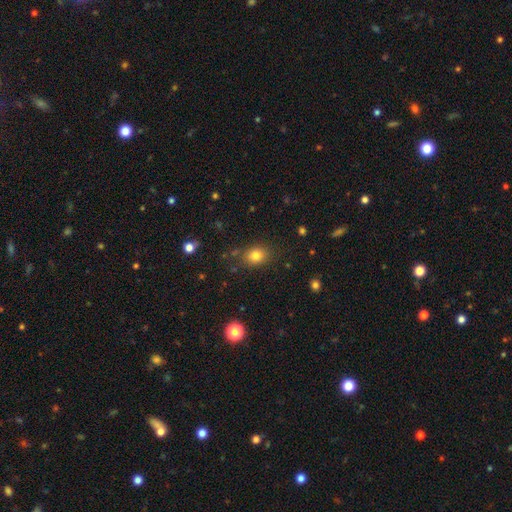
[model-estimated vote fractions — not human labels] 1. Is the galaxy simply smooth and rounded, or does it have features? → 80% smooth, 12% star or artifact, 7% featured or disk.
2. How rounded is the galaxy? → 51% in between, 48% round, 1% cigar-shaped.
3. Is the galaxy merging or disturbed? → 80% none, 13% minor disturbance, 4% major disturbance, 3% merger.